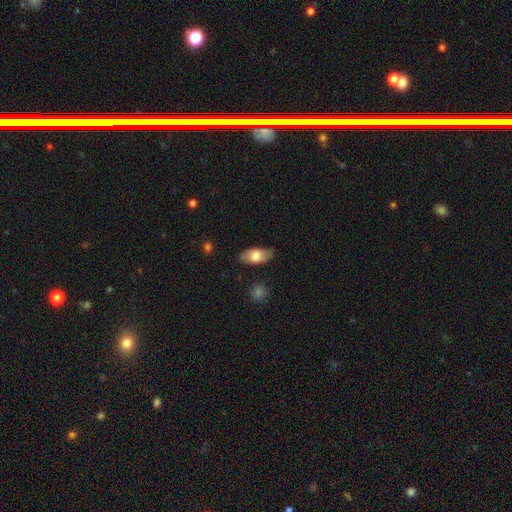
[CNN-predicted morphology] Smooth or featured?
  - smooth: 70% *
  - featured or disk: 24%
  - star or artifact: 6%
How rounded?
  - in between: 89% *
  - cigar-shaped: 7%
  - round: 4%
Merging?
  - none: 80% *
  - minor disturbance: 15%
  - major disturbance: 3%
  - merger: 2%